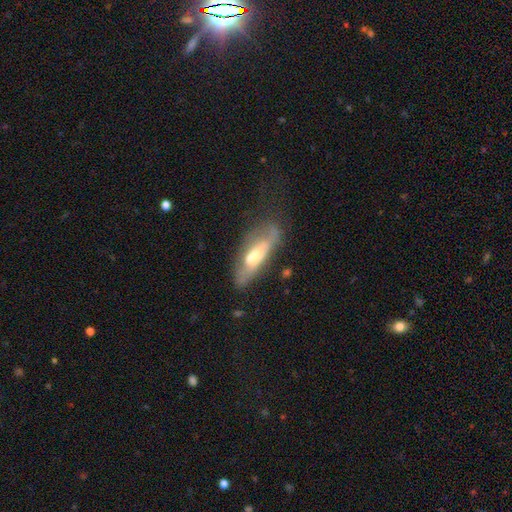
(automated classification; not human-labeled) Smooth or featured?
  - featured or disk: 50% *
  - smooth: 43%
  - star or artifact: 8%
Merging?
  - none: 40% *
  - minor disturbance: 25%
  - major disturbance: 19%
  - merger: 16%